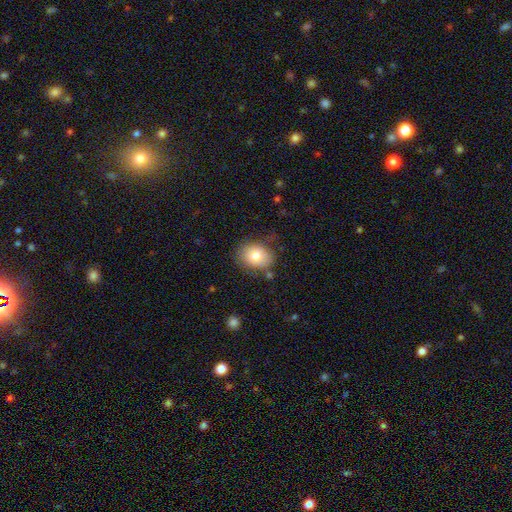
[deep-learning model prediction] Smooth or featured? smooth (77%)
How rounded? in between (59%)
Merging? none (74%)